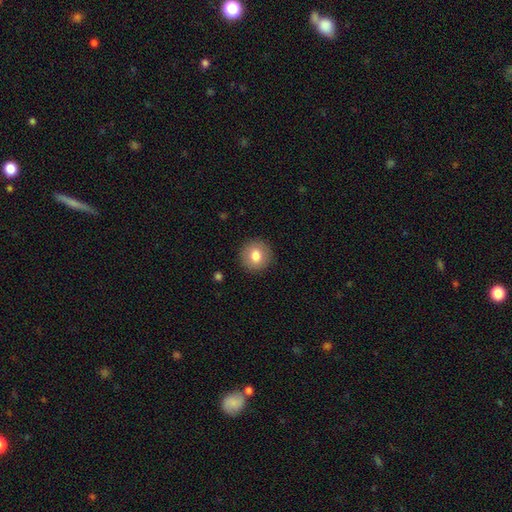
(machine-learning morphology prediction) Smooth or featured? Predicted: smooth (p=0.79). How rounded? Predicted: round (p=0.91). Merging? Predicted: none (p=0.91).